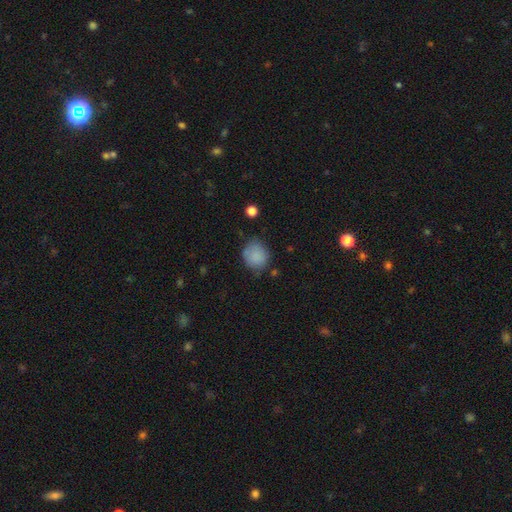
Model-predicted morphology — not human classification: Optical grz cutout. It shows a smooth galaxy with no disk features (84%) that is round (74%). Merging: none (63%).